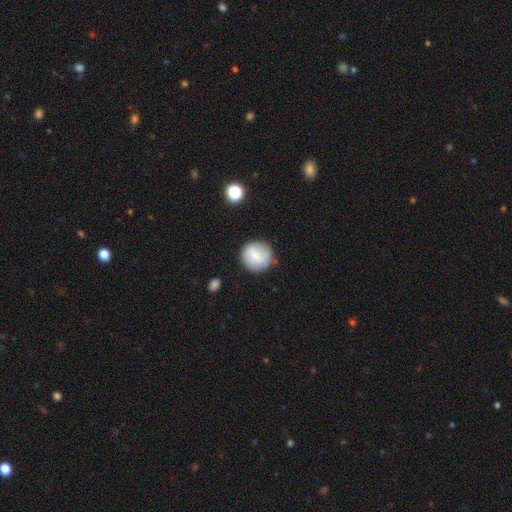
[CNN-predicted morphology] smooth_or_featured: smooth (p=0.68) [alt: featured or disk p=0.25]
how_rounded: round (p=0.91) [alt: in between p=0.08]
merging: none (p=0.81) [alt: minor disturbance p=0.13]